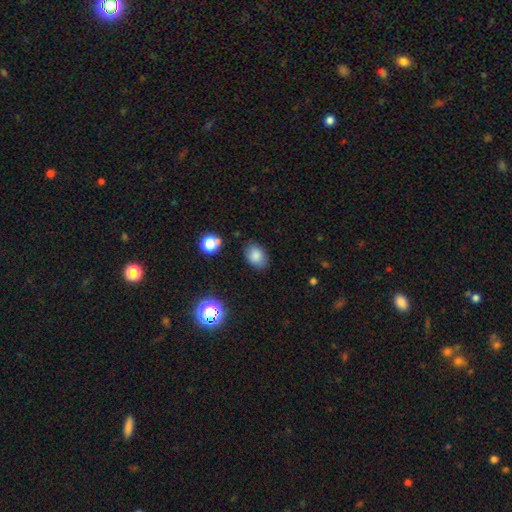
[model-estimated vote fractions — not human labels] smooth-or-featured: smooth: 82% | star or artifact: 11% | featured or disk: 6%
  how-rounded: in between: 77% | round: 22% | cigar-shaped: 1%
  merging: none: 79% | minor disturbance: 15% | major disturbance: 4% | merger: 2%